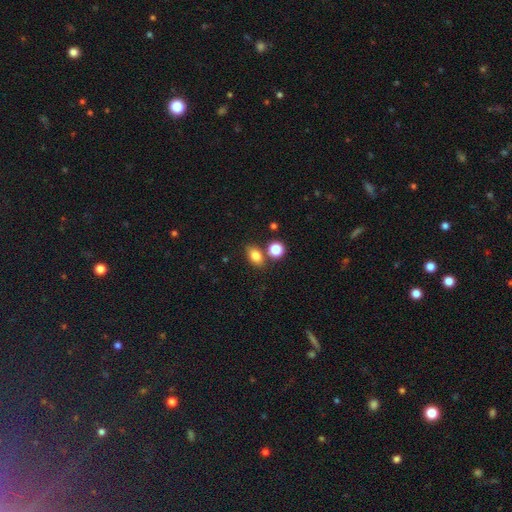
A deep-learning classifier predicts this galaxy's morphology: smooth 81%, star or artifact 11%, featured or disk 8%. Down the decision tree: how rounded — in between (74%); merging — none (69%).